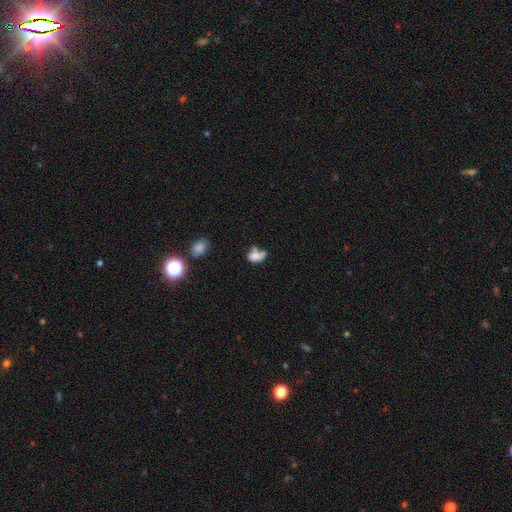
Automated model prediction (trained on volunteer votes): Overall: smooth (68%). How rounded: in between (72%). Merging: merger (32%; none 27%).